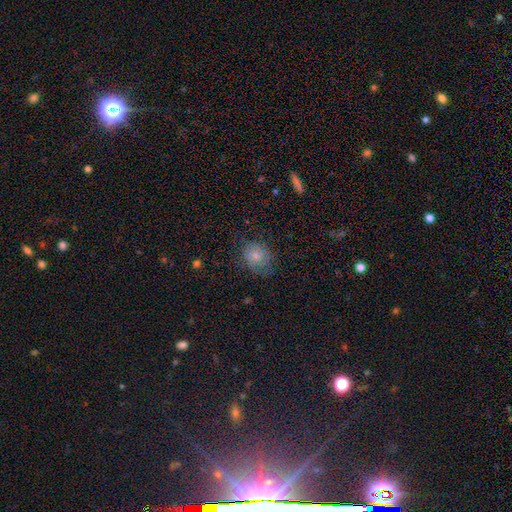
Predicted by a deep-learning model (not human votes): smooth_or_featured: smooth (p=0.69) [alt: featured or disk p=0.22]
how_rounded: round (p=0.60) [alt: in between p=0.39]
merging: none (p=0.65) [alt: minor disturbance p=0.23]